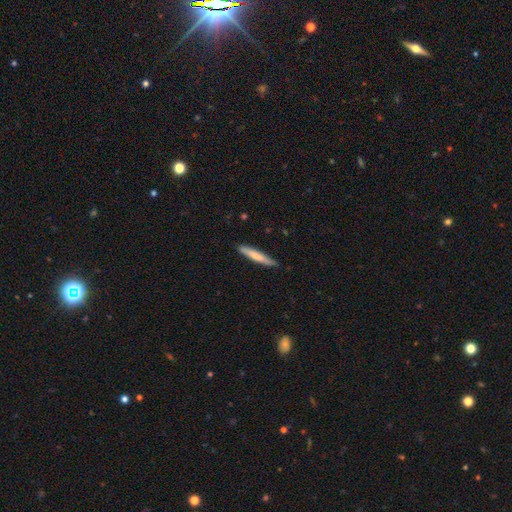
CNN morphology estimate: A smooth galaxy with no disk features (72%) that is cigar-shaped (93%). Merging: none (85%).